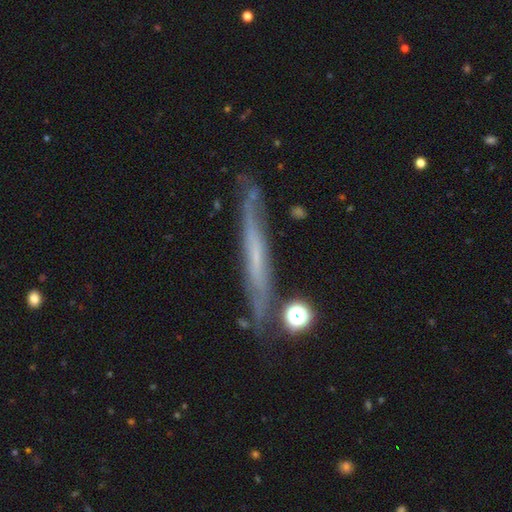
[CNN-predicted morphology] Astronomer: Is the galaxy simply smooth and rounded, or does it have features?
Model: featured or disk — 63%.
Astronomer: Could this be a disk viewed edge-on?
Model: yes — 85%.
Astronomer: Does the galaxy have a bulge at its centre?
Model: none — 81%.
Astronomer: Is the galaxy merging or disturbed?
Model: none — 74%.